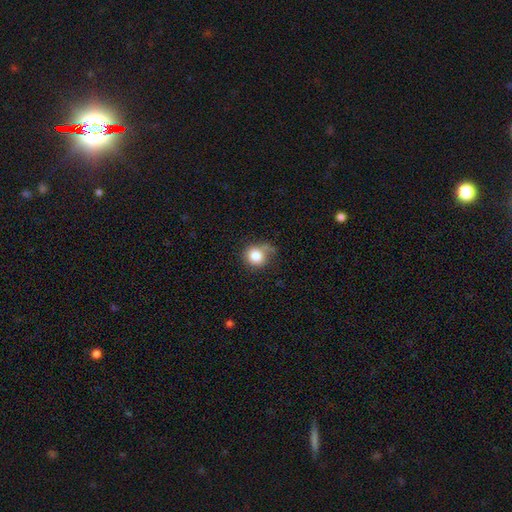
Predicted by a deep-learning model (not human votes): A smooth galaxy with no disk features (82%) that is round (82%).

Vote fractions:
- Smooth or featured? smooth: 82% / star or artifact: 10% / featured or disk: 8%
- How rounded? round: 82% / in between: 17% / cigar-shaped: 1%
- Merging? none: 55% / minor disturbance: 27% / major disturbance: 11% / merger: 6%